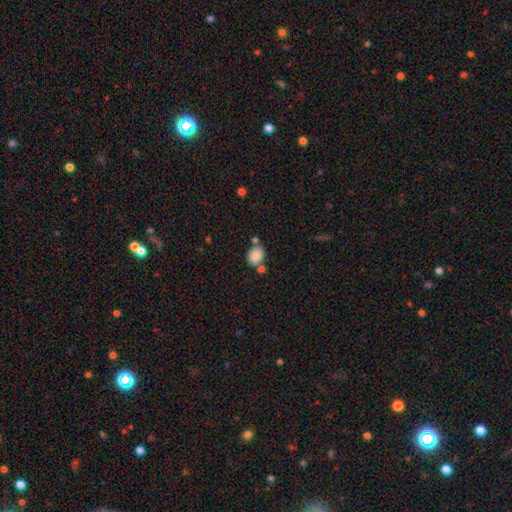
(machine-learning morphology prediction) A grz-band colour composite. It shows a smooth galaxy with no disk features (87%) that is in between round and cigar-shaped (64%). Merging: none (67%).